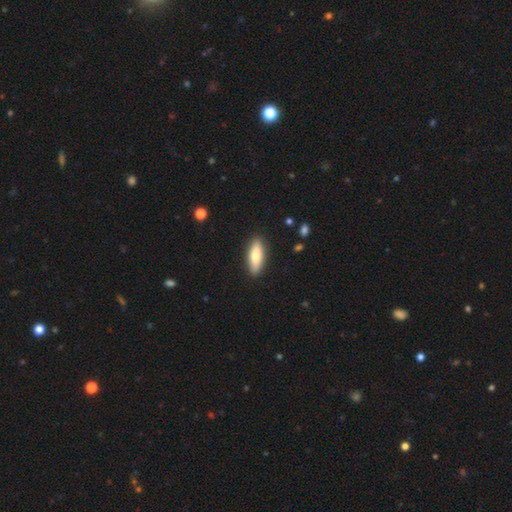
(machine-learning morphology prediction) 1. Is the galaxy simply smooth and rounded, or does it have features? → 75% smooth, 20% featured or disk, 5% star or artifact.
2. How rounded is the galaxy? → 59% in between, 39% cigar-shaped, 2% round.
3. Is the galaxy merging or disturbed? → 89% none, 8% minor disturbance, 2% major disturbance, 1% merger.